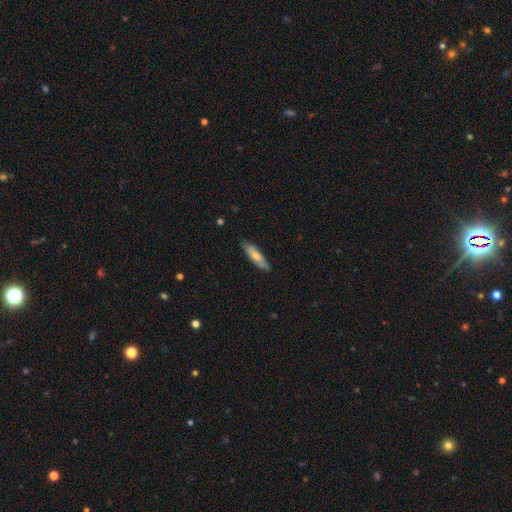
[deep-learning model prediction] This appears to be a smooth galaxy with no disk features (66%) that is cigar-shaped (66%). Merging: none (83%).